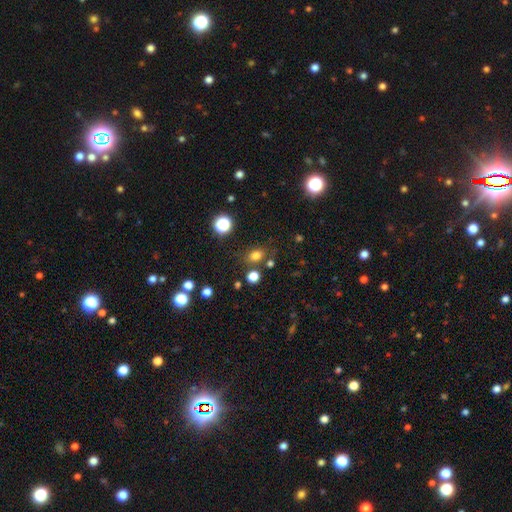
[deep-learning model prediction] Smooth or featured? smooth (74%)
How rounded? in between (58%)
Merging? none (74%)